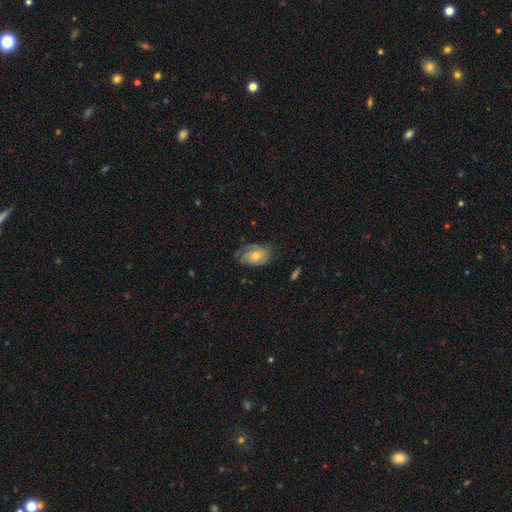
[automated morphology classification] Q: Smooth or featured?
A: smooth (56%); runner-up: featured or disk (34%)
Q: How rounded?
A: in between (86%); runner-up: round (12%)
Q: Merging?
A: none (62%); runner-up: minor disturbance (28%)